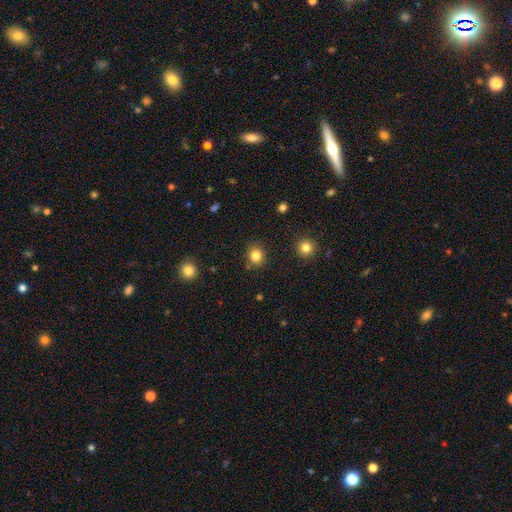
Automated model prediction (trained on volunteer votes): smooth_or_featured: smooth (p=0.83) [alt: star or artifact p=0.12]
how_rounded: round (p=0.78) [alt: in between p=0.21]
merging: none (p=0.85) [alt: minor disturbance p=0.09]